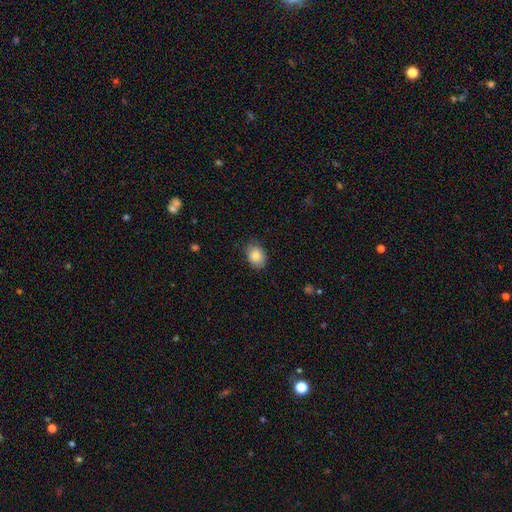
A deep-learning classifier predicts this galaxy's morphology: smooth-or-featured: smooth: 85% | star or artifact: 8% | featured or disk: 8%
  how-rounded: in between: 72% | round: 27% | cigar-shaped: 1%
  merging: none: 80% | minor disturbance: 16% | major disturbance: 3% | merger: 1%